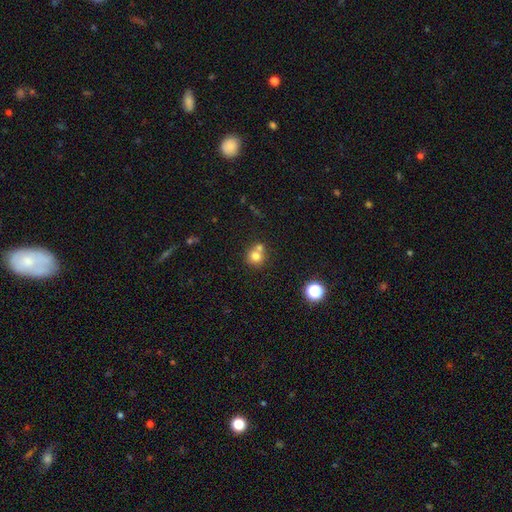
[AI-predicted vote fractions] Smooth or featured: smooth — 75% (star or artifact — 13%)
How rounded: round — 87% (in between — 12%)
Merging: none — 51% (merger — 38%)